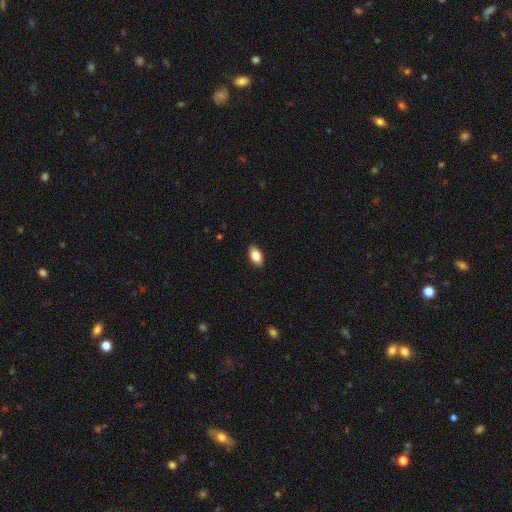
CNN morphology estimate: A smooth galaxy with no disk features (85%) that is in between round and cigar-shaped (92%).

Vote fractions:
- Smooth or featured? smooth: 85% / featured or disk: 8% / star or artifact: 7%
- How rounded? in between: 92% / round: 5% / cigar-shaped: 3%
- Merging? none: 89% / minor disturbance: 8% / major disturbance: 2% / merger: 1%